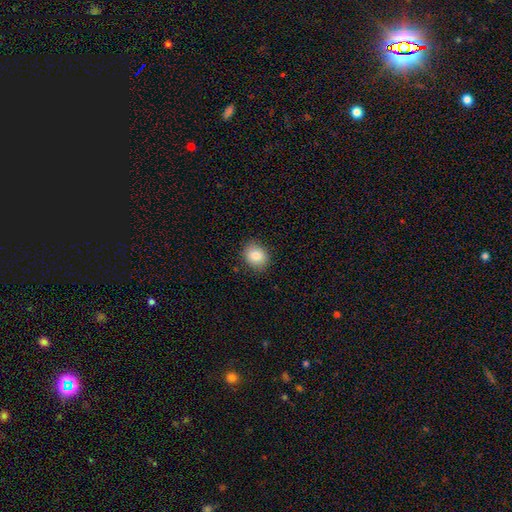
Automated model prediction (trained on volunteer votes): The model was most divided on "how rounded": round: 60%, in between: 39%, cigar-shaped: 1%. More confident: merging — none (87%); smooth or featured — smooth (84%).